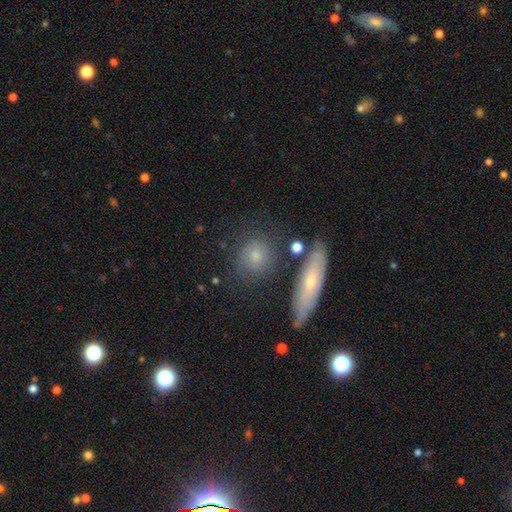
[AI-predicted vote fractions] Smooth or featured? Predicted: smooth (p=0.63). How rounded? Predicted: round (p=0.72). Merging? Predicted: none (p=0.71).